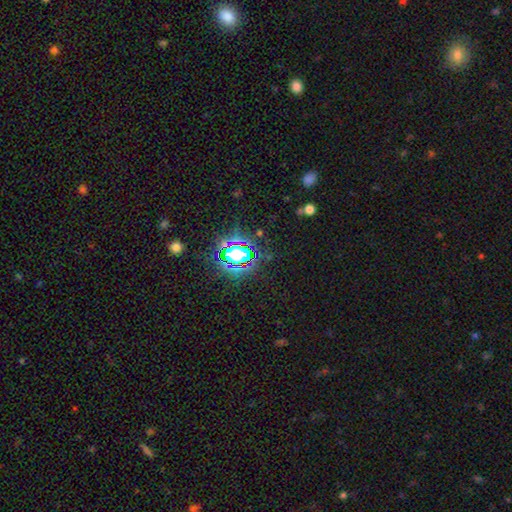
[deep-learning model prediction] Morphology: type=star or artifact (80%).